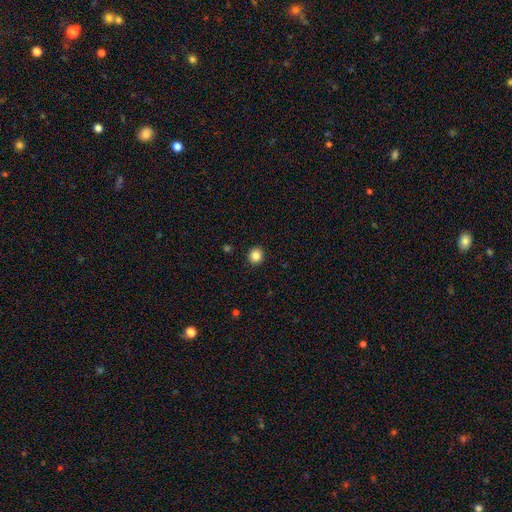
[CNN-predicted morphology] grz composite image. It shows a smooth galaxy with no disk features (86%) that is round (89%). Merging: none (92%).